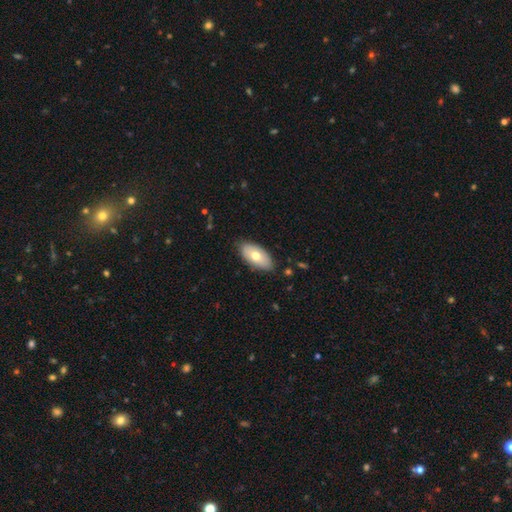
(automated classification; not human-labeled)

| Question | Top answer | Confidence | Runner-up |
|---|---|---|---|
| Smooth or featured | smooth | 67% | featured or disk (27%) |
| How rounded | in between | 93% | cigar-shaped (4%) |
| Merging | none | 83% | minor disturbance (13%) |